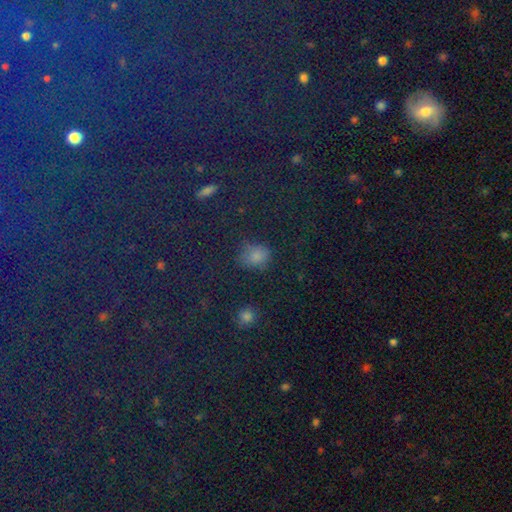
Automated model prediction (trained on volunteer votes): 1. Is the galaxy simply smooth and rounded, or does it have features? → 71% smooth, 22% star or artifact, 7% featured or disk.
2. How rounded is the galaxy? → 52% in between, 46% round, 2% cigar-shaped.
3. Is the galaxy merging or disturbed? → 67% none, 21% minor disturbance, 9% major disturbance, 4% merger.